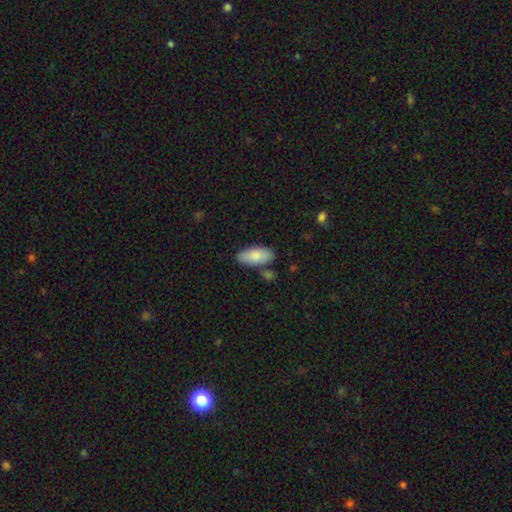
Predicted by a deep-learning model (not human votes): A smooth galaxy with no disk features (85%) that is in between round and cigar-shaped (88%). Merging: none (75%).